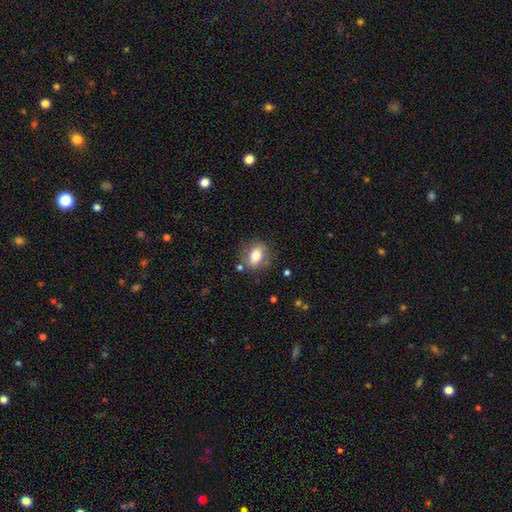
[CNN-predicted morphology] Smooth or featured: smooth — 73% (featured or disk — 19%)
How rounded: in between — 77% (round — 20%)
Merging: none — 76% (minor disturbance — 15%)